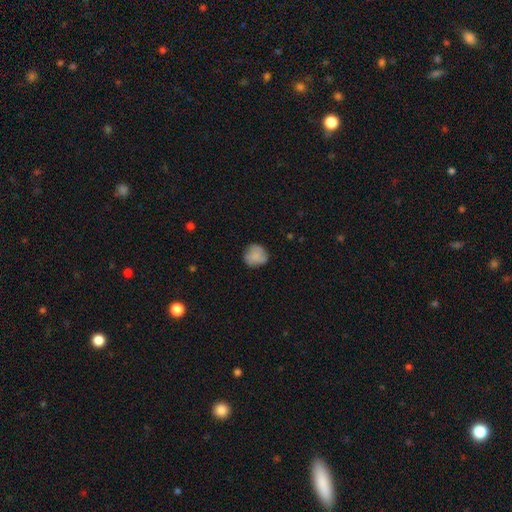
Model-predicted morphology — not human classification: type=smooth (74%); roundness=round (84%); merging=none (72%).